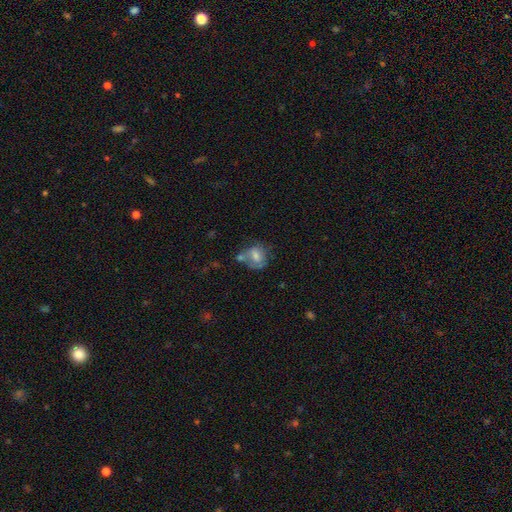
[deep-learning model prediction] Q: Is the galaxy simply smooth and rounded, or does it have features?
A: smooth — 55%.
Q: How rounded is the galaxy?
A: round — 54%.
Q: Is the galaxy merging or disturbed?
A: none — 37%.